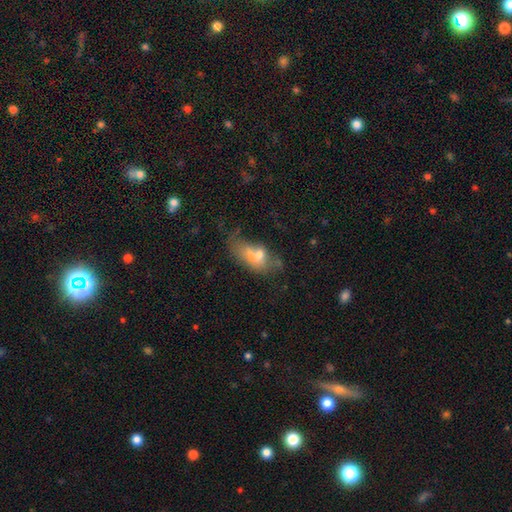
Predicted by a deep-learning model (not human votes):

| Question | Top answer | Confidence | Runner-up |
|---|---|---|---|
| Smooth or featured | smooth | 56% | featured or disk (32%) |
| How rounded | in between | 83% | round (11%) |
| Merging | merger | 40% | major disturbance (23%) |